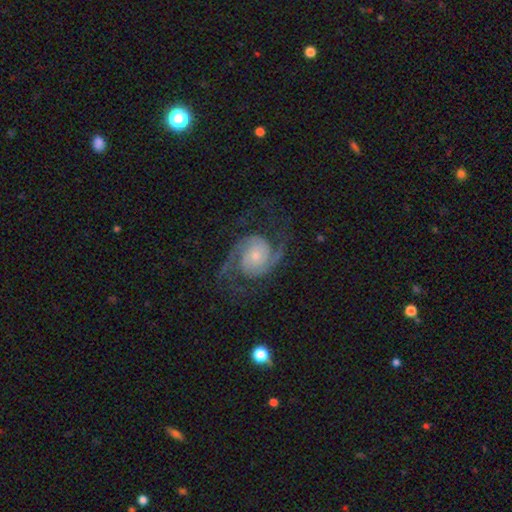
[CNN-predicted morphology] A featured or disk galaxy (91%) with no bar (71%), 2 (90%) medium (54%) spiral arms (98%) and a small central bulge (61%). Merging: none (72%).